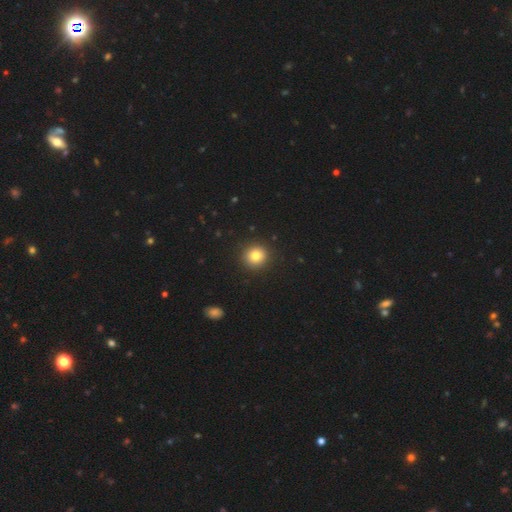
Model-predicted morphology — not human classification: type=smooth (82%); roundness=round (91%); merging=none (92%).